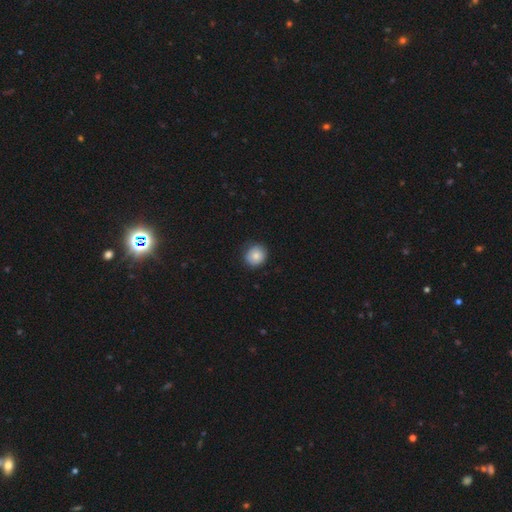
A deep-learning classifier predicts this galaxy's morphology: Smooth or featured? Predicted: smooth (p=0.83). How rounded? Predicted: round (p=0.85). Merging? Predicted: none (p=0.84).